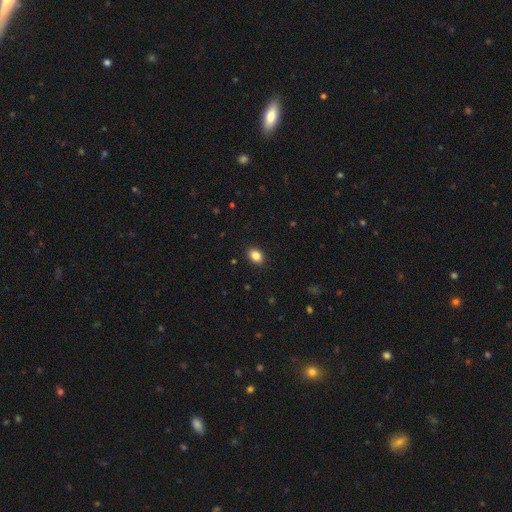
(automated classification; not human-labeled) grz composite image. It shows a smooth galaxy with no disk features (86%) that is in between round and cigar-shaped (71%). Merging: none (90%).